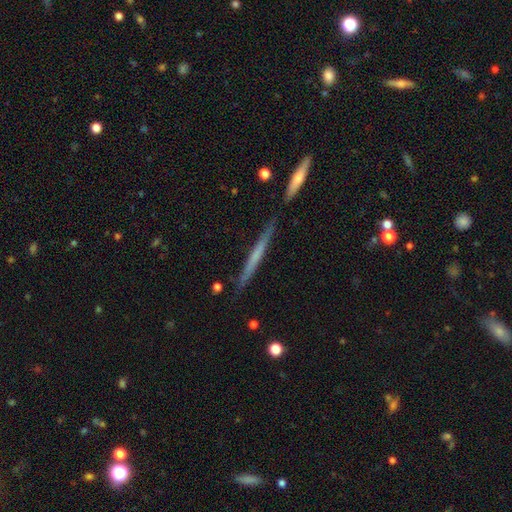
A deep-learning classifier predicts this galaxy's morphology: The model was most divided on "smooth or featured": featured or disk: 51%, smooth: 43%, star or artifact: 6%. More confident: edge-on disk — yes (96%); merging — none (84%).